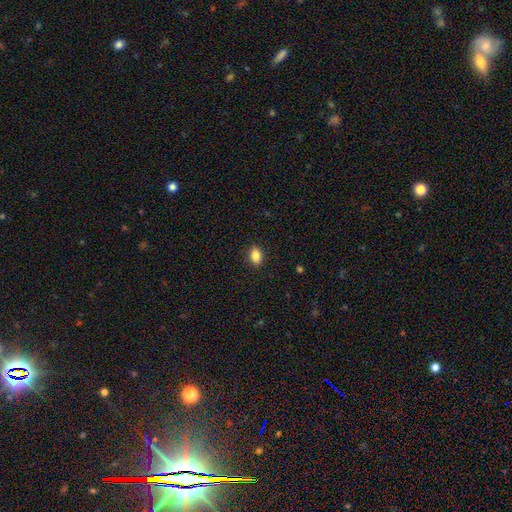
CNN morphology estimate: Smooth or featured? smooth (85%)
How rounded? in between (82%)
Merging? none (89%)